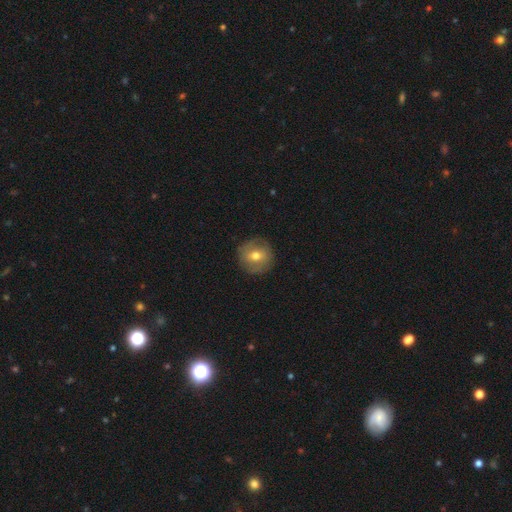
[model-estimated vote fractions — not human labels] Smooth or featured: smooth — 58% (featured or disk — 33%)
How rounded: round — 92% (in between — 7%)
Merging: none — 87% (minor disturbance — 9%)